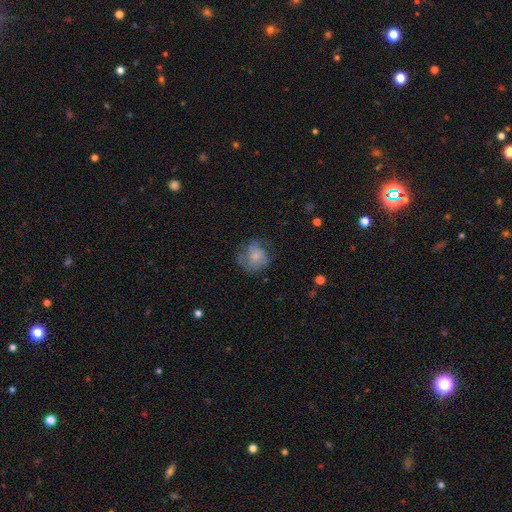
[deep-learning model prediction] Q: Smooth or featured?
A: smooth (63%); runner-up: featured or disk (28%)
Q: How rounded?
A: round (74%); runner-up: in between (25%)
Q: Merging?
A: none (46%); runner-up: minor disturbance (28%)